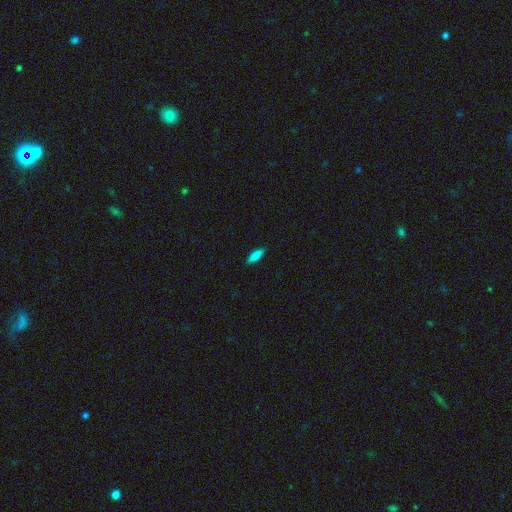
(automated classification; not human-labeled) Q: Smooth or featured?
A: smooth (76%); runner-up: featured or disk (17%)
Q: How rounded?
A: in between (56%); runner-up: cigar-shaped (42%)
Q: Merging?
A: none (89%); runner-up: minor disturbance (9%)